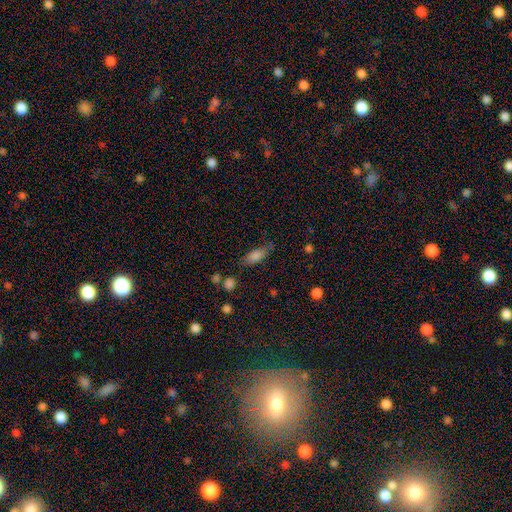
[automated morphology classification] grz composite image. It shows a smooth galaxy with no disk features (79%) that is in between round and cigar-shaped (75%). Merging: none (63%).